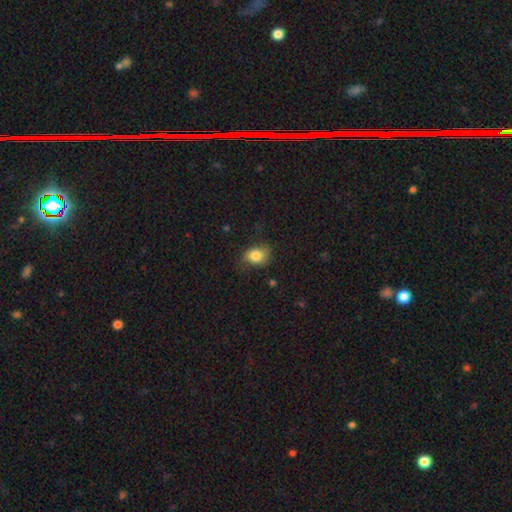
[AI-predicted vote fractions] Q: Smooth or featured?
A: smooth (82%); runner-up: featured or disk (9%)
Q: How rounded?
A: in between (58%); runner-up: round (41%)
Q: Merging?
A: none (65%); runner-up: minor disturbance (26%)